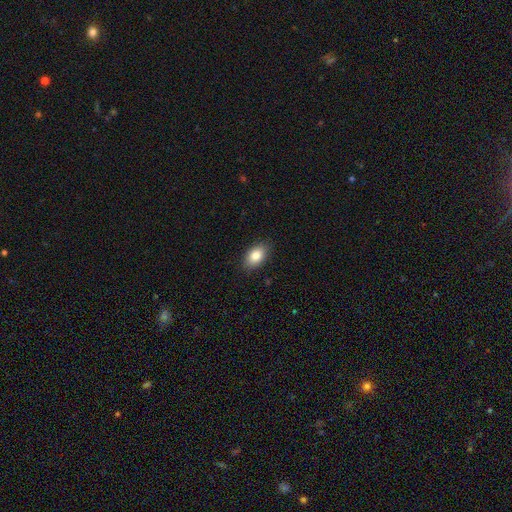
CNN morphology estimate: smooth_or_featured: smooth (p=0.84) [alt: featured or disk p=0.09]
how_rounded: in between (p=0.91) [alt: round p=0.07]
merging: none (p=0.88) [alt: minor disturbance p=0.09]